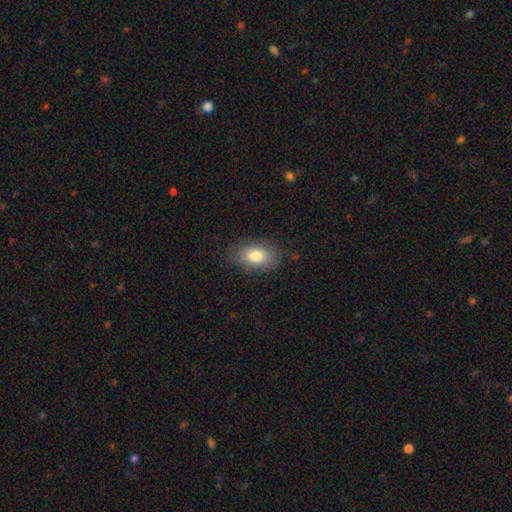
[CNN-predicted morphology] Q: Smooth or featured?
A: smooth (81%); runner-up: featured or disk (12%)
Q: How rounded?
A: in between (89%); runner-up: round (9%)
Q: Merging?
A: none (80%); runner-up: minor disturbance (15%)